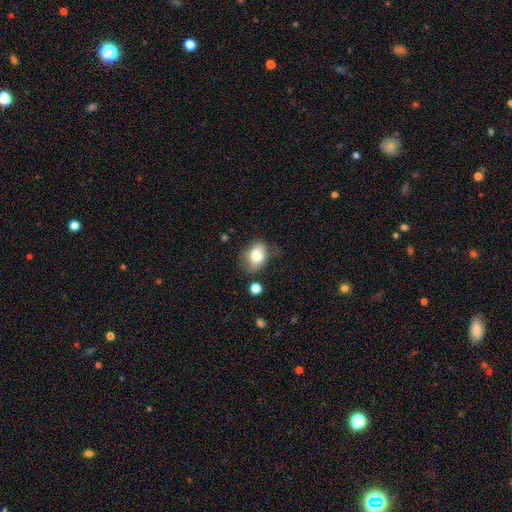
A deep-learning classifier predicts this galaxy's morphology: smooth_or_featured: smooth (p=0.72) [alt: featured or disk p=0.18]
how_rounded: in between (p=0.71) [alt: round p=0.27]
merging: none (p=0.48) [alt: minor disturbance p=0.32]